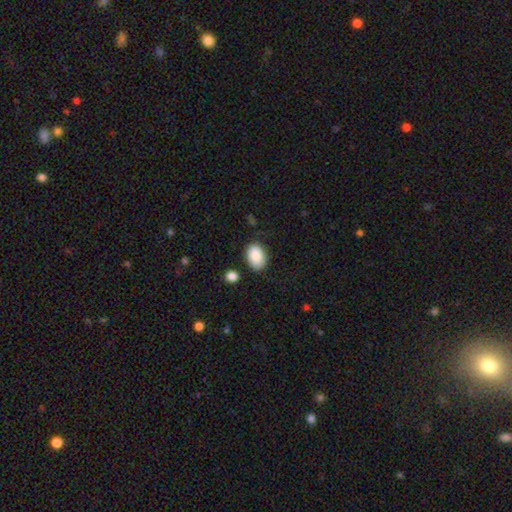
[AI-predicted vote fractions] This appears to be a smooth galaxy with no disk features (88%) that is in between round and cigar-shaped (84%). Merging: none (79%).